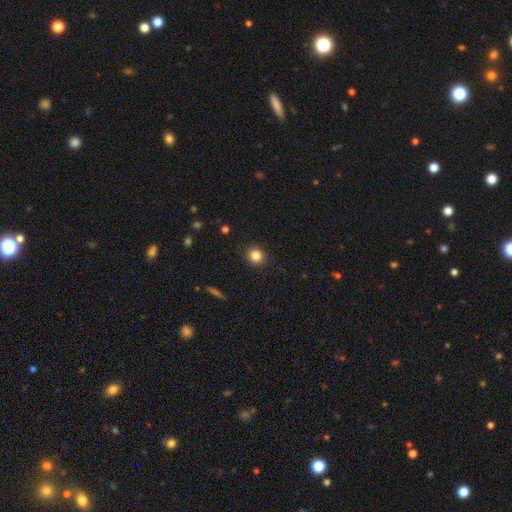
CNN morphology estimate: Smooth or featured? smooth (84%)
How rounded? round (87%)
Merging? none (91%)